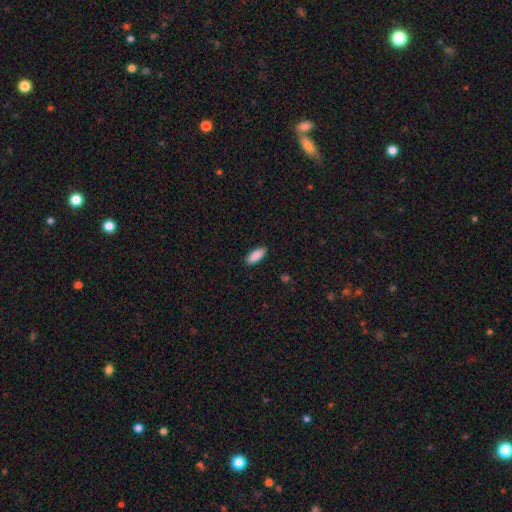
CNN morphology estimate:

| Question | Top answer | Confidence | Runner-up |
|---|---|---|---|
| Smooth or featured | smooth | 90% | star or artifact (6%) |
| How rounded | in between | 80% | cigar-shaped (18%) |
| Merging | none | 89% | minor disturbance (8%) |